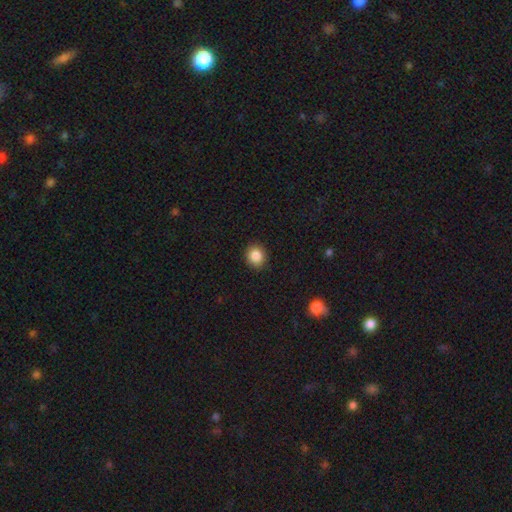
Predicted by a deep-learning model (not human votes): Overall: smooth (87%). How rounded: round (80%). Merging: none (90%).